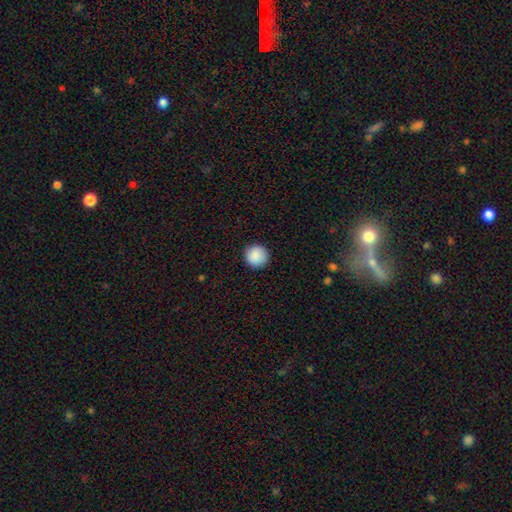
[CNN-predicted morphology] Overall: smooth (89%). How rounded: round (95%). Merging: none (92%).